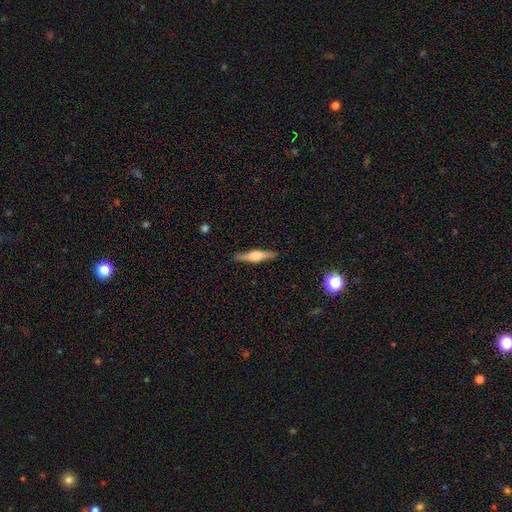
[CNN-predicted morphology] This is likely a featured or disk galaxy (66%). It is clearly viewed edge-on (97%). Edge-on bulge: clearly rounded (84%). Merging: clearly none (90%).